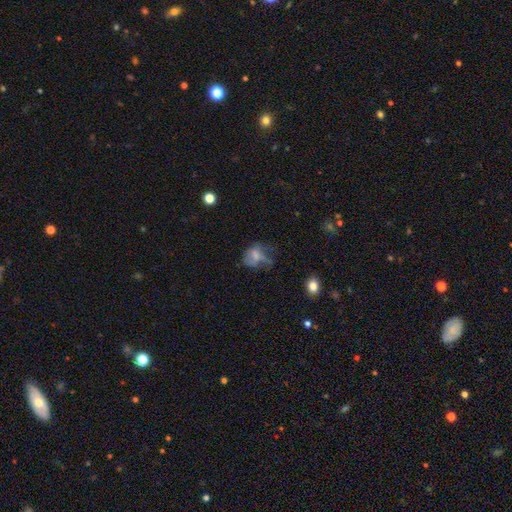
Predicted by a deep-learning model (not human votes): Smooth or featured? smooth (56%)
How rounded? in between (63%)
Merging? major disturbance (37%)